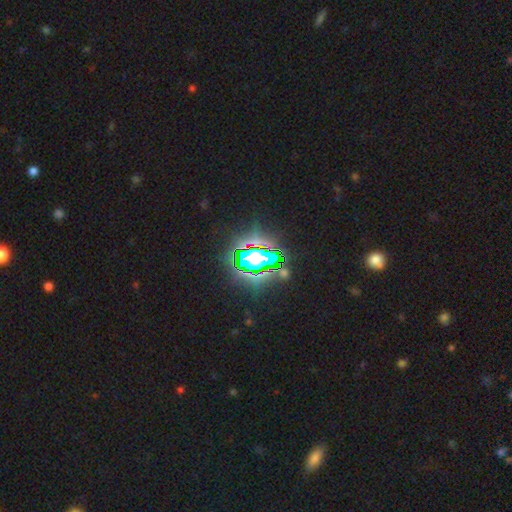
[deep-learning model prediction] This is likely a star or artifact rather than a galaxy (73%).